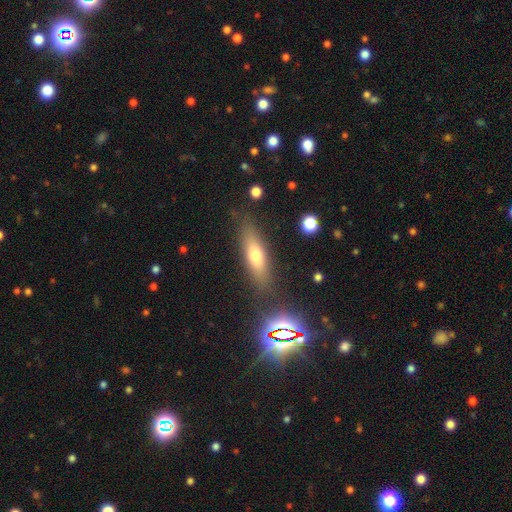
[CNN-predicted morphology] A smooth galaxy with no disk features (60%) that is cigar-shaped (55%).

Vote fractions:
- Smooth or featured? smooth: 60% / featured or disk: 28% / star or artifact: 12%
- How rounded? cigar-shaped: 55% / in between: 41% / round: 4%
- Merging? none: 81% / minor disturbance: 12% / major disturbance: 4% / merger: 3%